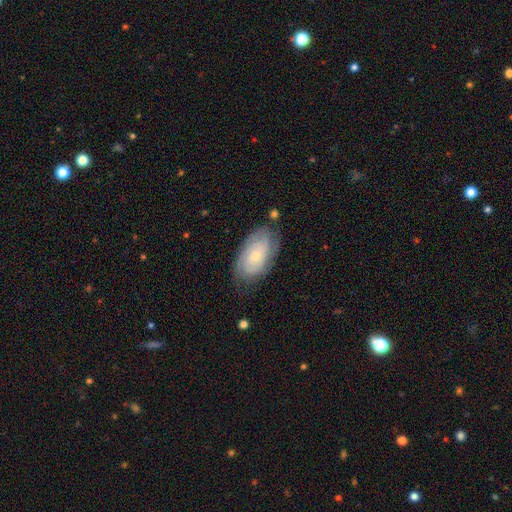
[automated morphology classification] Smooth or featured: featured or disk — 67% (smooth — 27%)
Edge-on disk: no — 94% (yes — 6%)
Bar: no — 78% (weak — 19%)
Spiral arms: yes — 86% (no — 14%)
Spiral winding: tight — 69% (medium — 23%)
Spiral arm count: can't tell — 46% (2 — 30%)
Bulge size: small — 72% (moderate — 24%)
Merging: none — 71% (minor disturbance — 20%)